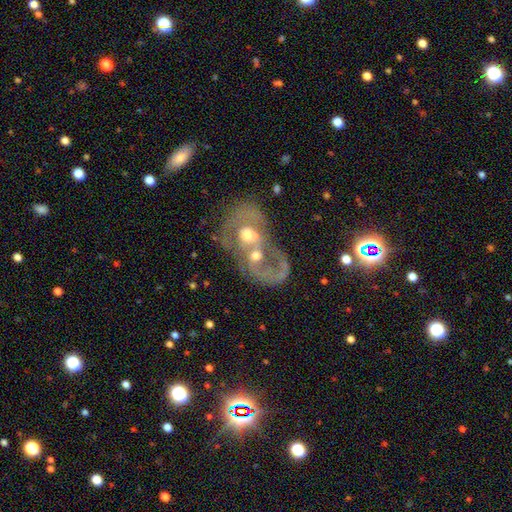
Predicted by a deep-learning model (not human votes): smooth_or_featured: featured or disk (p=0.67) [alt: smooth p=0.23]
disk_edge_on: no (p=0.97) [alt: yes p=0.03]
bar: no (p=0.83) [alt: weak p=0.13]
has_spiral_arms: no (p=0.66) [alt: yes p=0.34]
bulge_size: moderate (p=0.62) [alt: small p=0.17]
merging: merger (p=0.65) [alt: none p=0.15]